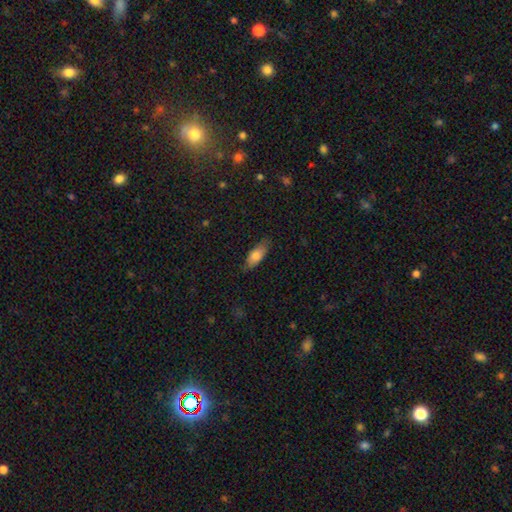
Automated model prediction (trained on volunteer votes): smooth_or_featured: smooth (p=0.78) [alt: featured or disk p=0.16]
how_rounded: in between (p=0.78) [alt: cigar-shaped p=0.20]
merging: none (p=0.79) [alt: minor disturbance p=0.16]